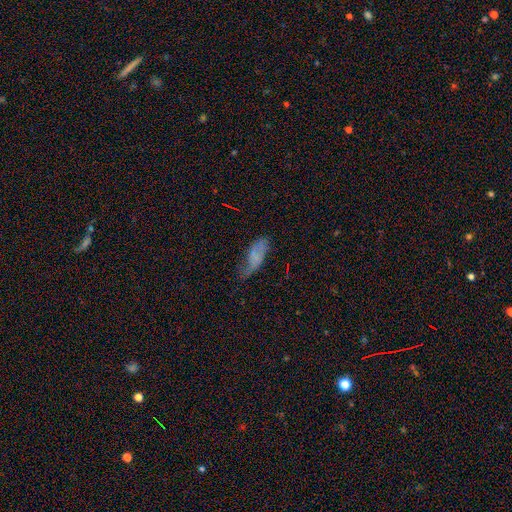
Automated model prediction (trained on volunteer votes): This appears to be a smooth galaxy with no disk features (61%) that is in between round and cigar-shaped (75%). Merging: none (38%).